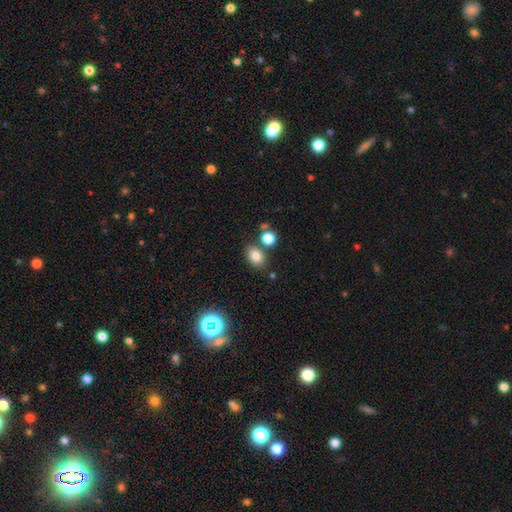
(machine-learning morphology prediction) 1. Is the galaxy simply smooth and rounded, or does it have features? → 80% smooth, 12% star or artifact, 7% featured or disk.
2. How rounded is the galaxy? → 67% in between, 31% round, 1% cigar-shaped.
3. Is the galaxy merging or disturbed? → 73% none, 12% merger, 11% minor disturbance, 3% major disturbance.